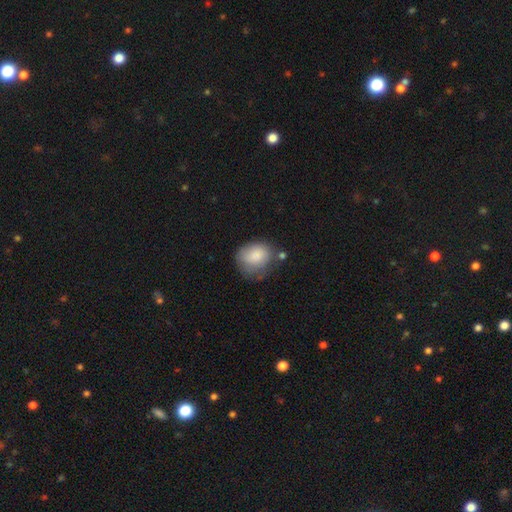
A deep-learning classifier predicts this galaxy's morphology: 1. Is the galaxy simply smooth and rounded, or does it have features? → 77% smooth, 15% featured or disk, 8% star or artifact.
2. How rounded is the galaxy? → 51% round, 48% in between, 1% cigar-shaped.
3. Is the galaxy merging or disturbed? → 52% none, 29% minor disturbance, 12% major disturbance, 7% merger.